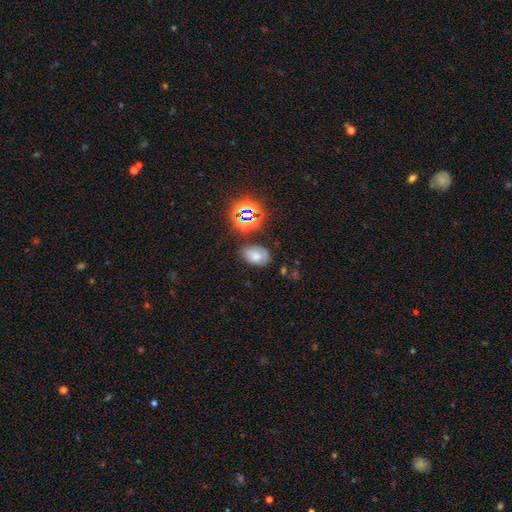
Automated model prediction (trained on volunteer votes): A smooth galaxy with no disk features (62%) that is in between round and cigar-shaped (84%). Merging: none (65%).